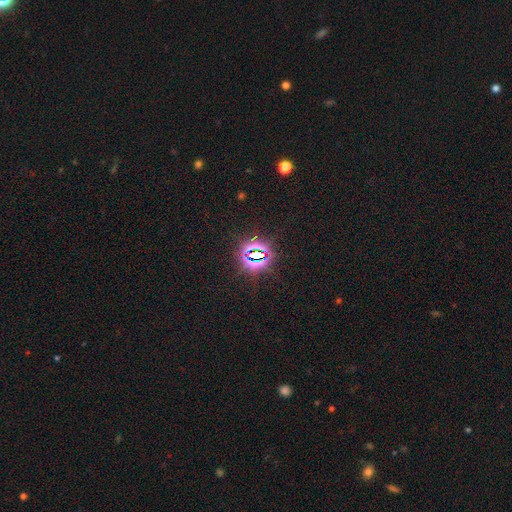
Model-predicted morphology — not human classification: Smooth or featured: star or artifact — 79% (smooth — 13%)